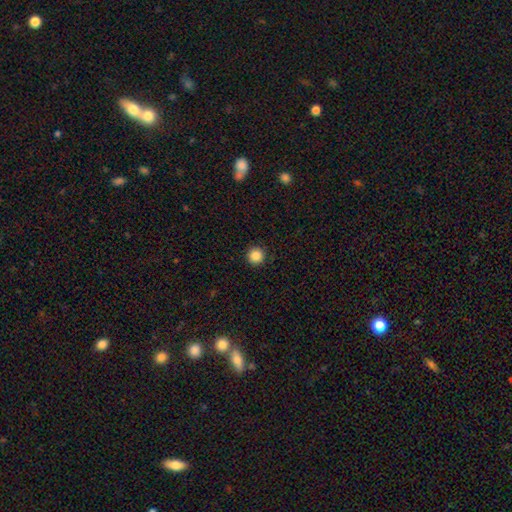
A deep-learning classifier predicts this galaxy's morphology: Q: Smooth or featured?
A: smooth (87%); runner-up: star or artifact (10%)
Q: How rounded?
A: round (96%); runner-up: in between (3%)
Q: Merging?
A: none (92%); runner-up: minor disturbance (5%)